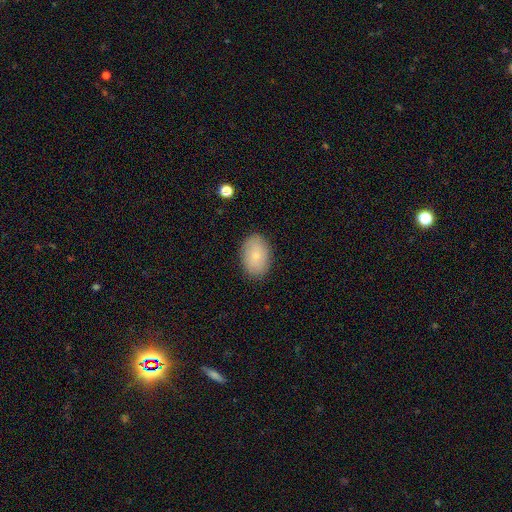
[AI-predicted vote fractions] Overall: smooth (80%). How rounded: in between (86%). Merging: none (86%).